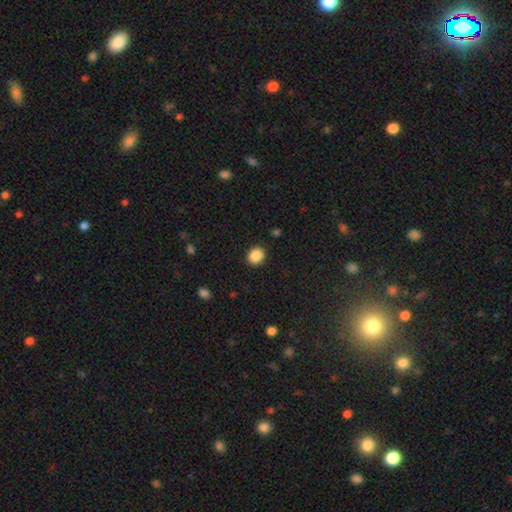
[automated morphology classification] Q: Smooth or featured?
A: smooth (88%); runner-up: star or artifact (9%)
Q: How rounded?
A: round (72%); runner-up: in between (27%)
Q: Merging?
A: none (90%); runner-up: minor disturbance (7%)